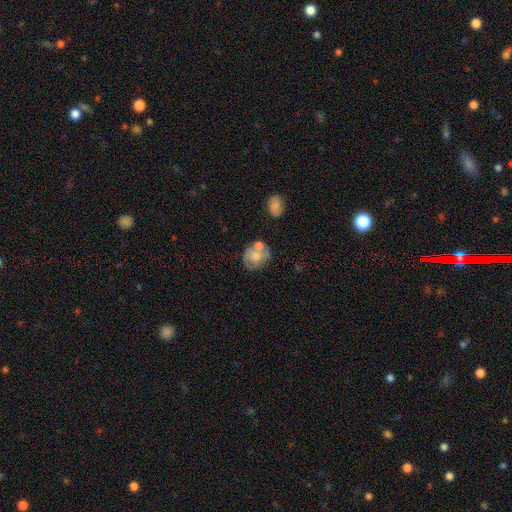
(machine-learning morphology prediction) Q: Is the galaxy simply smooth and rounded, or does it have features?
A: smooth — 50%.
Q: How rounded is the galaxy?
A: round — 60%.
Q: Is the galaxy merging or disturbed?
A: none — 45%.